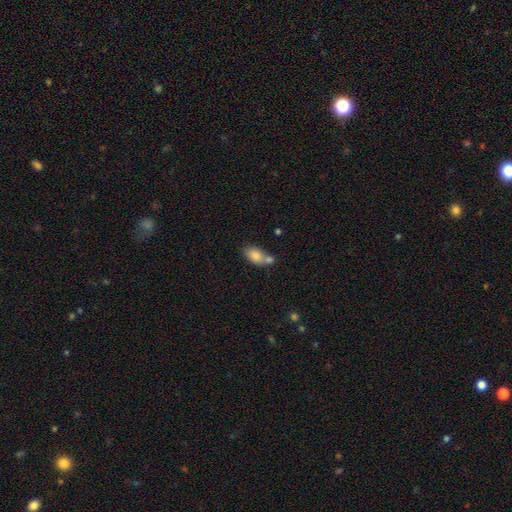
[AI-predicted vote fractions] Morphology: type=smooth (81%); roundness=in between (87%); merging=merger (44%).